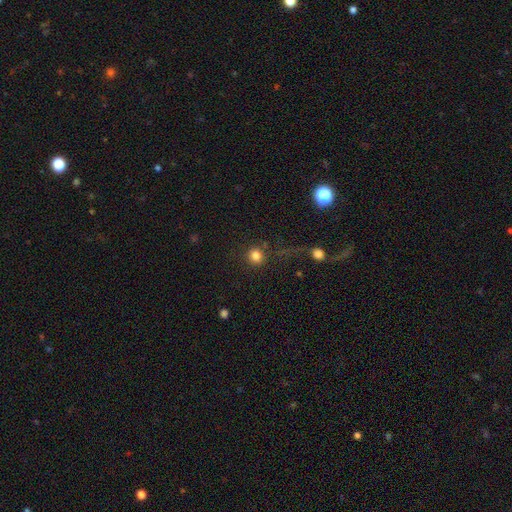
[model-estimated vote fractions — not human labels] smooth-or-featured: smooth: 82% | star or artifact: 12% | featured or disk: 6%
  how-rounded: round: 91% | in between: 7% | cigar-shaped: 1%
  merging: none: 81% | minor disturbance: 8% | major disturbance: 6% | merger: 5%